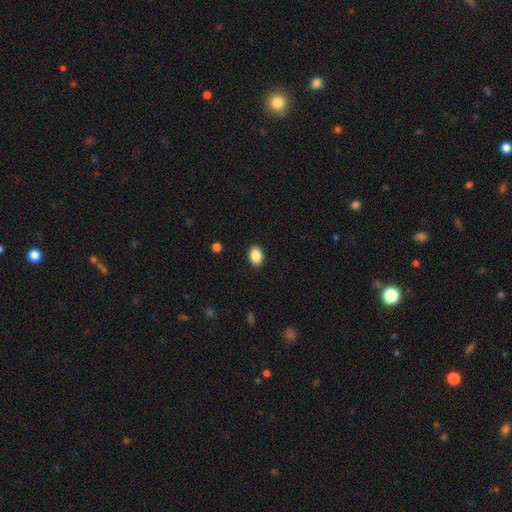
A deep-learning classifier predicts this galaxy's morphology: The model was most divided on "how rounded": in between: 81%, round: 18%, cigar-shaped: 1%. More confident: merging — none (90%); smooth or featured — smooth (88%).